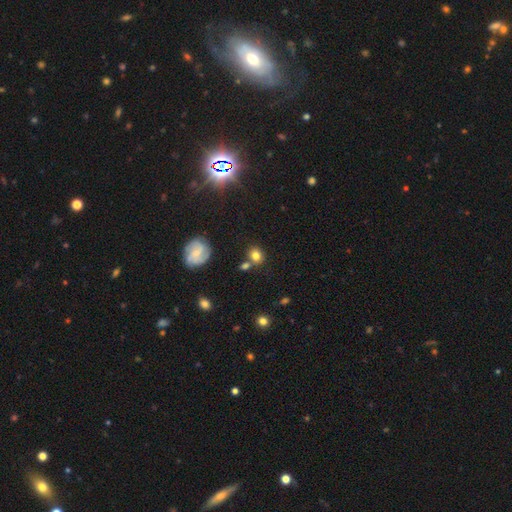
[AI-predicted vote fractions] A smooth galaxy with no disk features (76%) that is round (73%).

Vote fractions:
- Smooth or featured? smooth: 76% / featured or disk: 13% / star or artifact: 11%
- How rounded? round: 73% / in between: 26% / cigar-shaped: 1%
- Merging? none: 67% / merger: 17% / minor disturbance: 12% / major disturbance: 4%